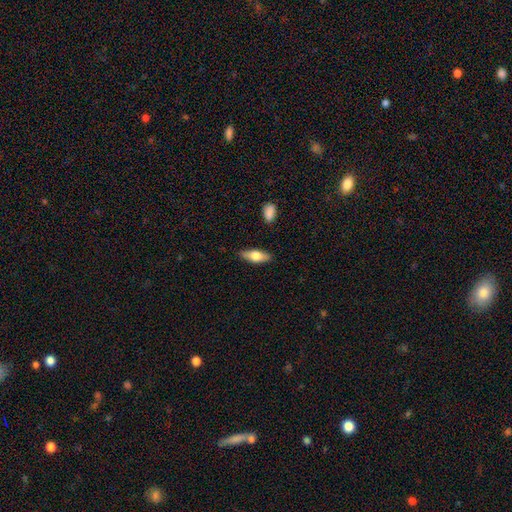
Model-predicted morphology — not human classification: A smooth galaxy with no disk features (65%) that is in between round and cigar-shaped (67%). Merging: none (85%).